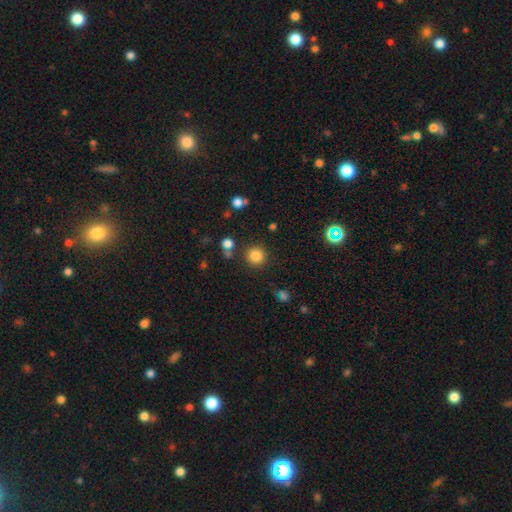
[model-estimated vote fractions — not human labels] smooth 83%, star or artifact 12%, featured or disk 4%. Down the decision tree: how rounded — round (94%); merging — none (86%).